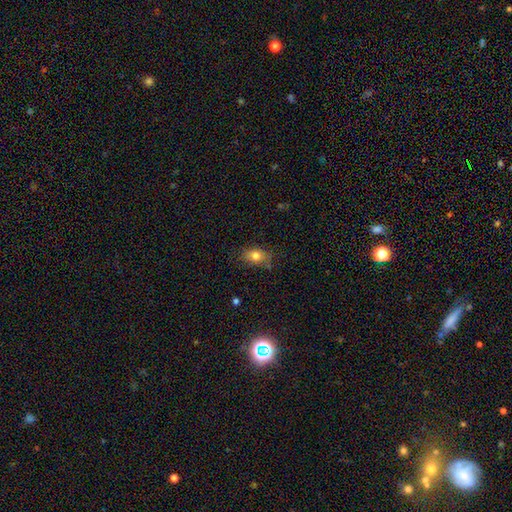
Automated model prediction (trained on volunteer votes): A smooth galaxy with no disk features (79%) that is in between round and cigar-shaped (77%).

Vote fractions:
- Smooth or featured? smooth: 79% / featured or disk: 11% / star or artifact: 10%
- How rounded? in between: 77% / round: 21% / cigar-shaped: 2%
- Merging? none: 72% / minor disturbance: 21% / major disturbance: 4% / merger: 2%